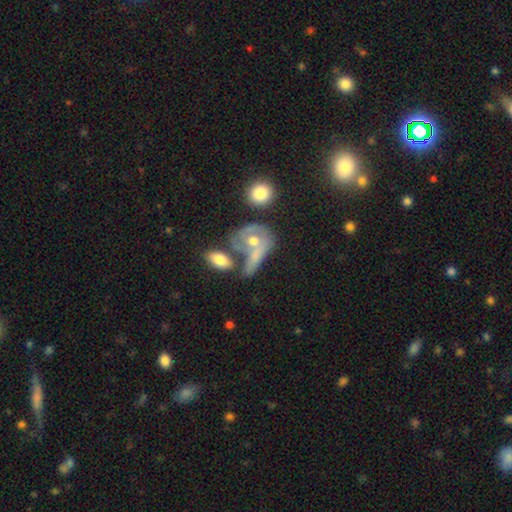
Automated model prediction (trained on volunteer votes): A smooth galaxy with no disk features (48%).

Vote fractions:
- Smooth or featured? smooth: 48% / featured or disk: 44% / star or artifact: 8%
- Merging? merger: 44% / none: 25% / minor disturbance: 16% / major disturbance: 15%